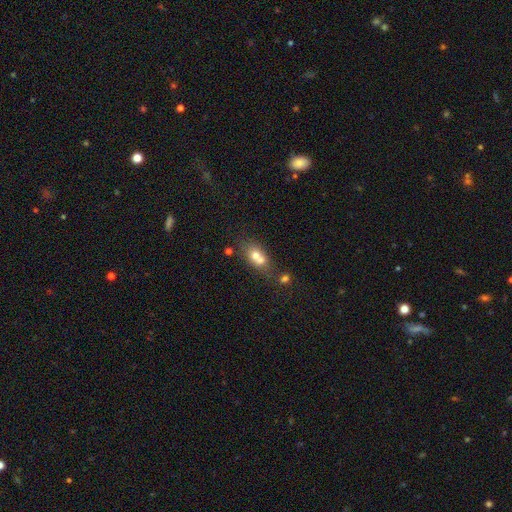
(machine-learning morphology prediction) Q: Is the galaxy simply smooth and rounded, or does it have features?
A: smooth — 65%.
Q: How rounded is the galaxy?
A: in between — 61%.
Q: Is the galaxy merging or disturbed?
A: merger — 56%.